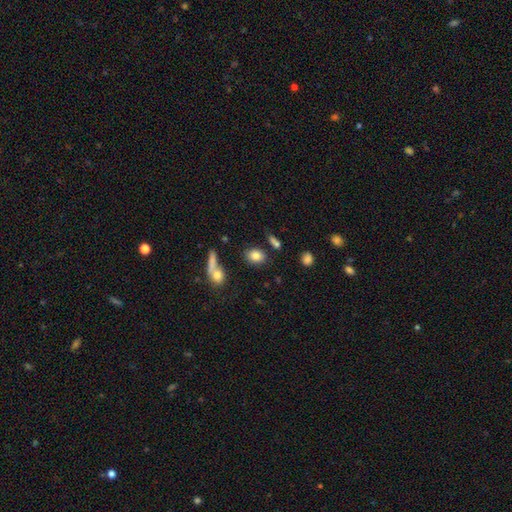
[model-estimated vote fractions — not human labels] Q: Smooth or featured?
A: smooth (81%); runner-up: star or artifact (9%)
Q: How rounded?
A: in between (64%); runner-up: round (33%)
Q: Merging?
A: none (78%); runner-up: minor disturbance (11%)